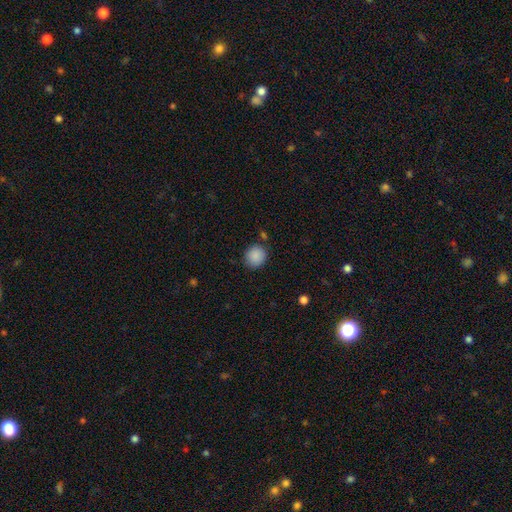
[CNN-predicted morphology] Smooth or featured?
  - smooth: 89% *
  - star or artifact: 8%
  - featured or disk: 3%
How rounded?
  - round: 89% *
  - in between: 10%
  - cigar-shaped: 1%
Merging?
  - none: 84% *
  - minor disturbance: 10%
  - merger: 3%
  - major disturbance: 3%